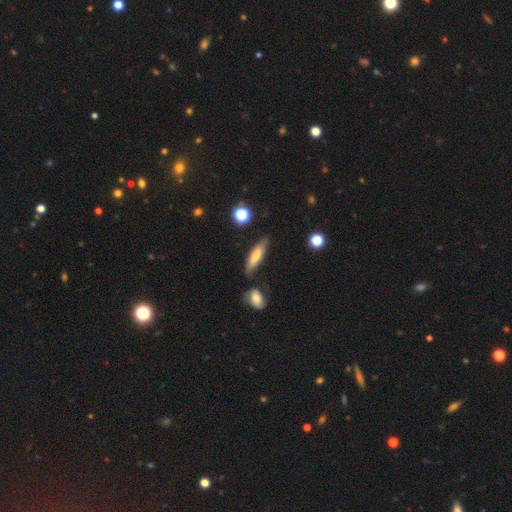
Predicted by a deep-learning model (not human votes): This is likely a smooth galaxy (67%). How rounded: likely cigar-shaped (67%). Merging: likely none (74%).